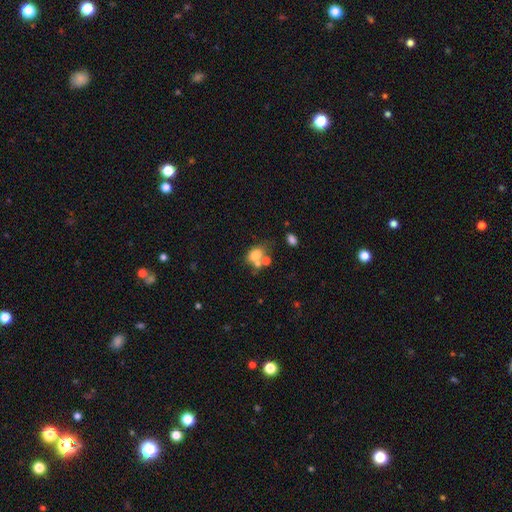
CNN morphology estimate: Q: Smooth or featured?
A: smooth (72%); runner-up: featured or disk (16%)
Q: How rounded?
A: in between (69%); runner-up: round (29%)
Q: Merging?
A: merger (40%); runner-up: none (36%)